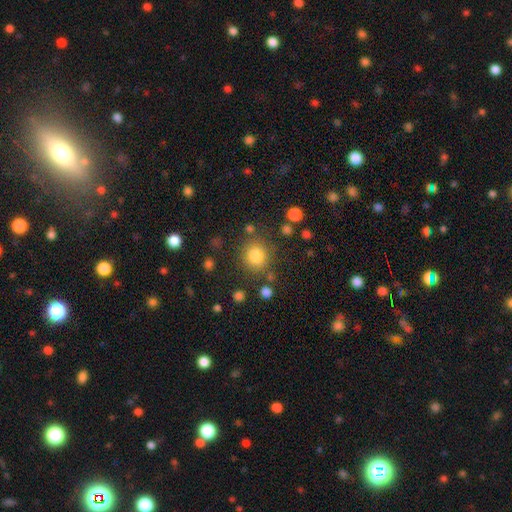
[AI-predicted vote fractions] smooth-or-featured: smooth: 82% | star or artifact: 12% | featured or disk: 6%
  how-rounded: round: 88% | in between: 11% | cigar-shaped: 1%
  merging: none: 80% | minor disturbance: 10% | merger: 5% | major disturbance: 5%